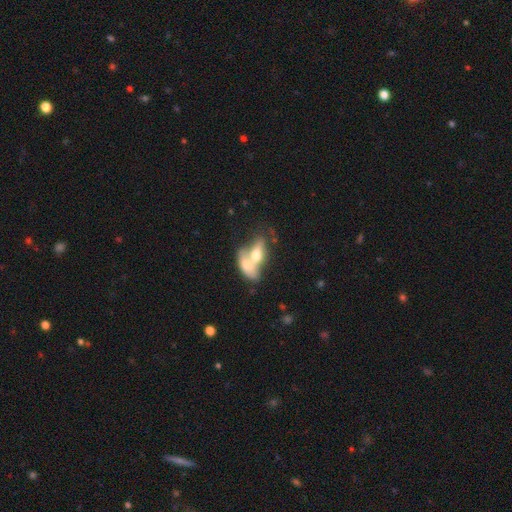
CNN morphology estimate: smooth 57%, featured or disk 37%, star or artifact 7%. Down the decision tree: how rounded — in between (77%); merging — merger (75%).